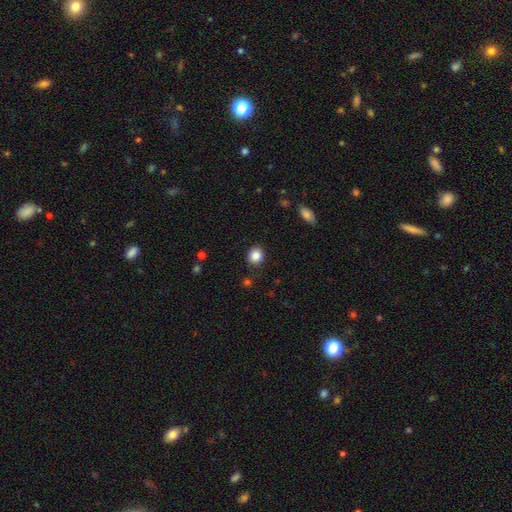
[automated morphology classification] Smooth or featured? Predicted: smooth (p=0.86). How rounded? Predicted: round (p=0.77). Merging? Predicted: none (p=0.87).